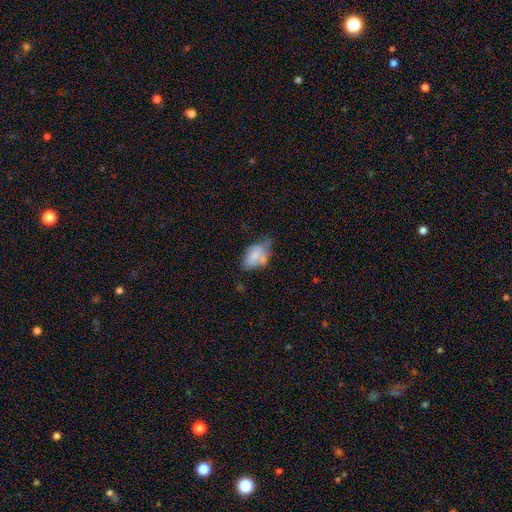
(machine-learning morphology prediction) Q: Smooth or featured?
A: smooth (71%); runner-up: featured or disk (22%)
Q: How rounded?
A: in between (90%); runner-up: round (8%)
Q: Merging?
A: minor disturbance (35%); runner-up: none (34%)